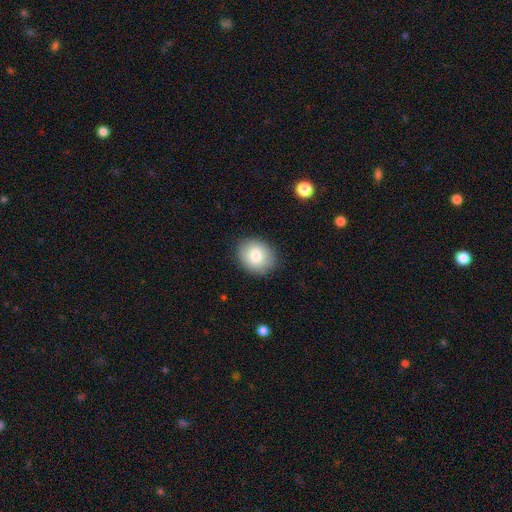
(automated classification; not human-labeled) Smooth or featured? Predicted: smooth (p=0.80). How rounded? Predicted: round (p=0.60). Merging? Predicted: none (p=0.87).